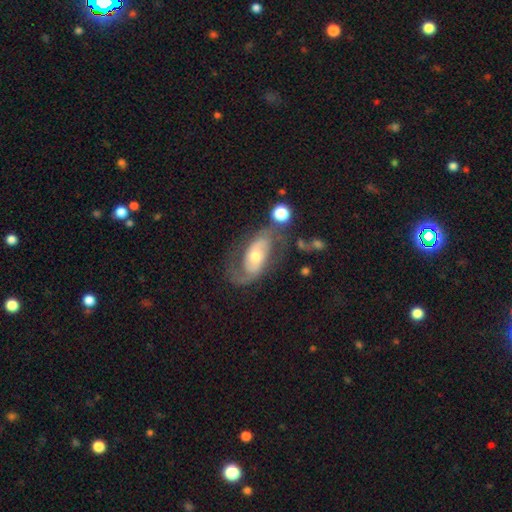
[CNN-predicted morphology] Smooth or featured? Predicted: featured or disk (p=0.73). Edge-on disk? Predicted: no (p=0.94). Bar? Predicted: no (p=0.56). Spiral arms? Predicted: yes (p=0.85). Spiral winding? Predicted: medium (p=0.42). Spiral arm count? Predicted: 2 (p=0.77). Bulge size? Predicted: moderate (p=0.62). Merging? Predicted: none (p=0.52).